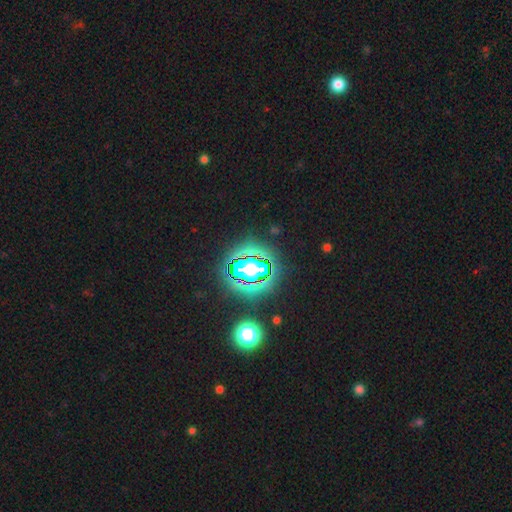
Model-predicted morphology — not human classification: Smooth or featured? Predicted: star or artifact (p=0.68).